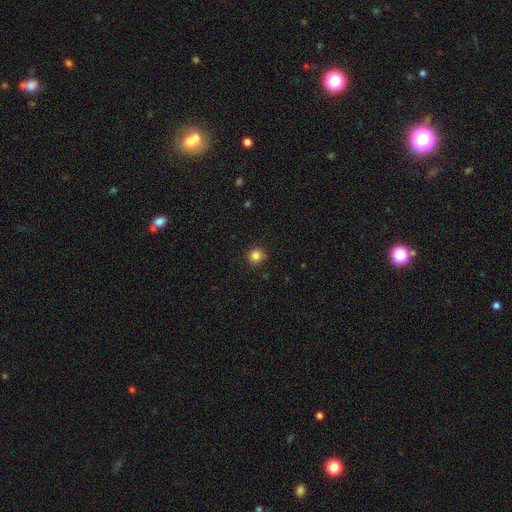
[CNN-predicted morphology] type=smooth (85%); roundness=round (94%); merging=none (91%).